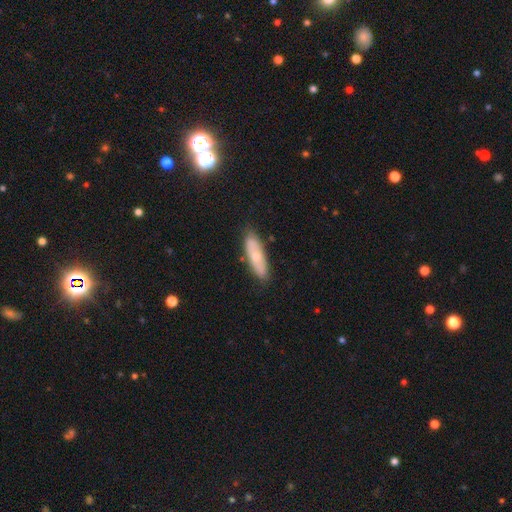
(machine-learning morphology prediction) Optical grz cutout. It shows a smooth galaxy with no disk features (53%) that is cigar-shaped (51%). Merging: none (83%).